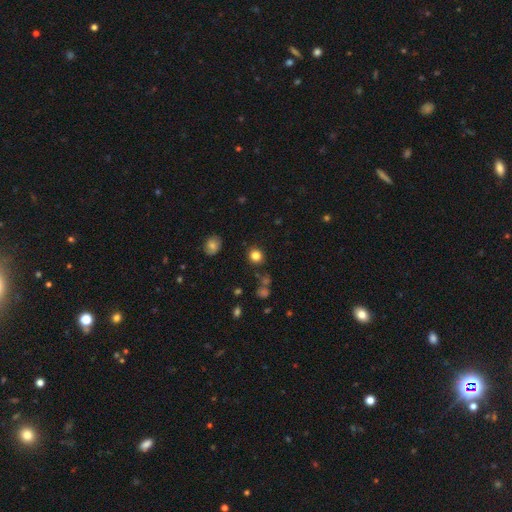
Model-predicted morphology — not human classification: A smooth galaxy with no disk features (82%) that is round (87%). Merging: none (86%).